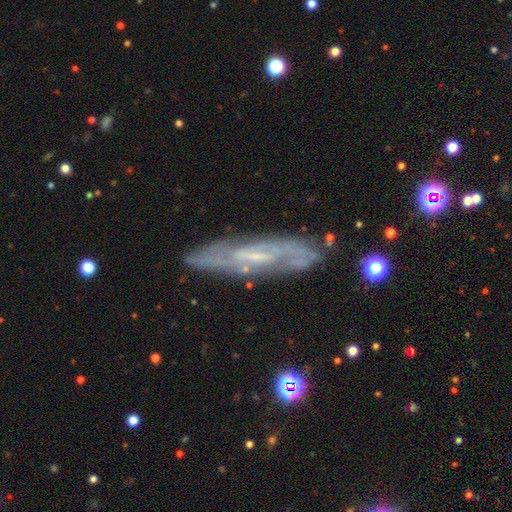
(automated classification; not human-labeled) Q: Smooth or featured?
A: featured or disk (70%); runner-up: smooth (21%)
Q: Edge-on disk?
A: no (57%); runner-up: yes (43%)
Q: Merging?
A: none (81%); runner-up: minor disturbance (14%)